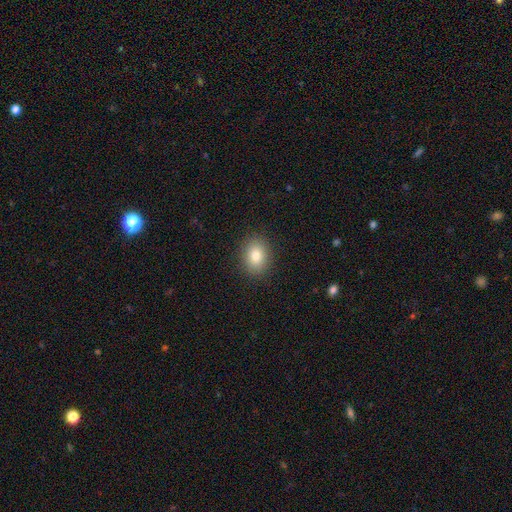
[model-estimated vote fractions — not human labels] This is clearly a smooth galaxy (81%). How rounded: possibly in between (56%). Merging: clearly none (89%).